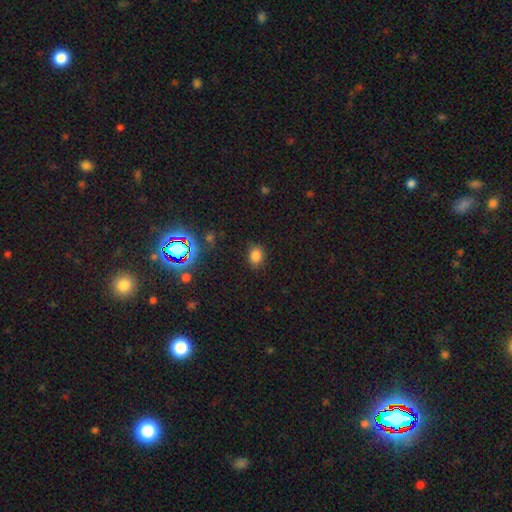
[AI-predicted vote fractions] smooth-or-featured: smooth: 79% | star or artifact: 16% | featured or disk: 5%
  how-rounded: in between: 55% | round: 44% | cigar-shaped: 1%
  merging: none: 84% | minor disturbance: 11% | major disturbance: 3% | merger: 2%